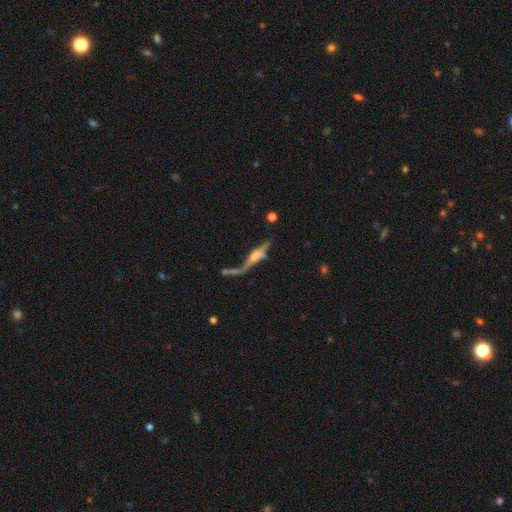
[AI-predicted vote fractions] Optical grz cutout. It shows a featured or disk galaxy (63%) viewed edge-on (75%). Merging: none (35%).